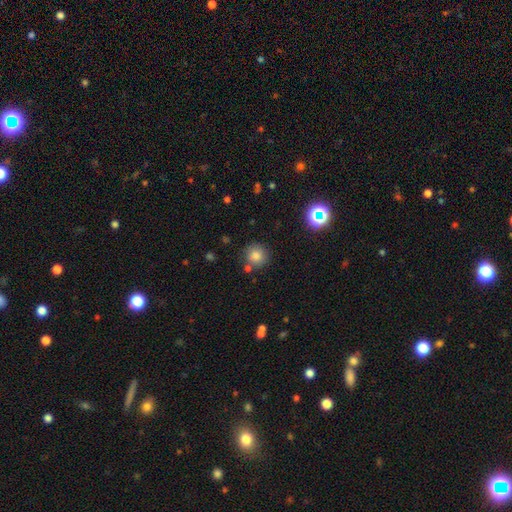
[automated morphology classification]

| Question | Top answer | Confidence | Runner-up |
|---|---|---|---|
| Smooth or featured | smooth | 80% | star or artifact (13%) |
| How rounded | round | 92% | in between (7%) |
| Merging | none | 80% | minor disturbance (9%) |